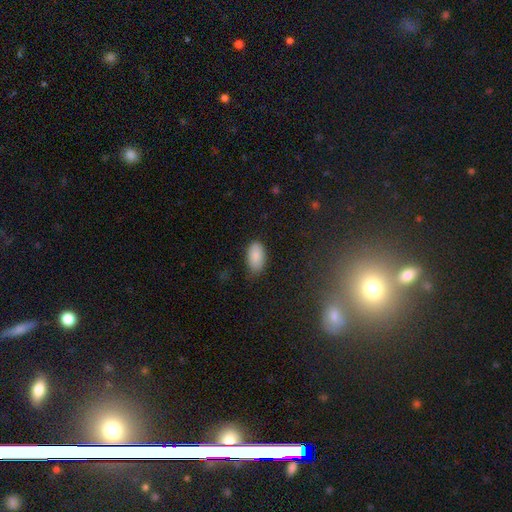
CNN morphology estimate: type=smooth (86%); roundness=in between (95%); merging=none (75%).